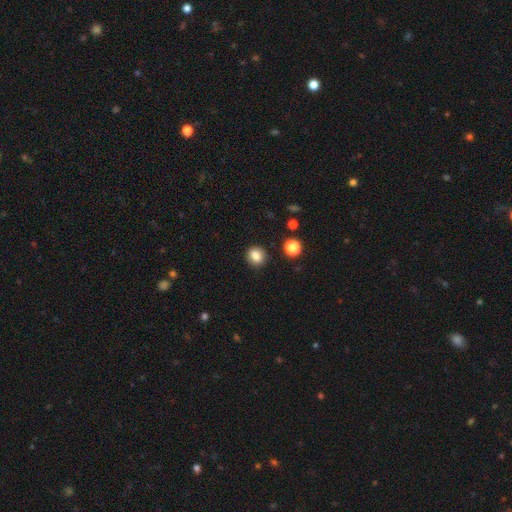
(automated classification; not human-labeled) smooth-or-featured: smooth: 83% | star or artifact: 11% | featured or disk: 7%
  how-rounded: round: 73% | in between: 26% | cigar-shaped: 1%
  merging: none: 88% | minor disturbance: 8% | major disturbance: 2% | merger: 2%